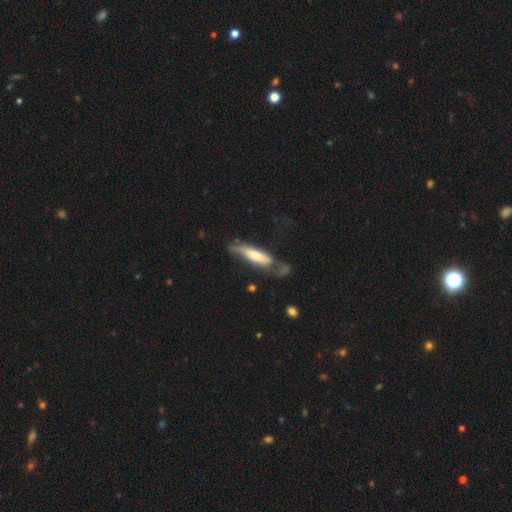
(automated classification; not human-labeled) Q: Smooth or featured?
A: smooth (55%); runner-up: featured or disk (39%)
Q: How rounded?
A: cigar-shaped (70%); runner-up: in between (29%)
Q: Merging?
A: none (36%); runner-up: minor disturbance (29%)